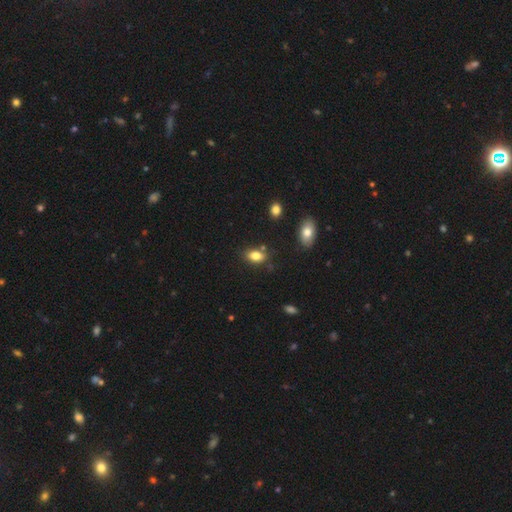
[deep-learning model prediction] Smooth or featured: smooth — 81% (featured or disk — 10%)
How rounded: in between — 86% (round — 10%)
Merging: none — 76% (minor disturbance — 15%)